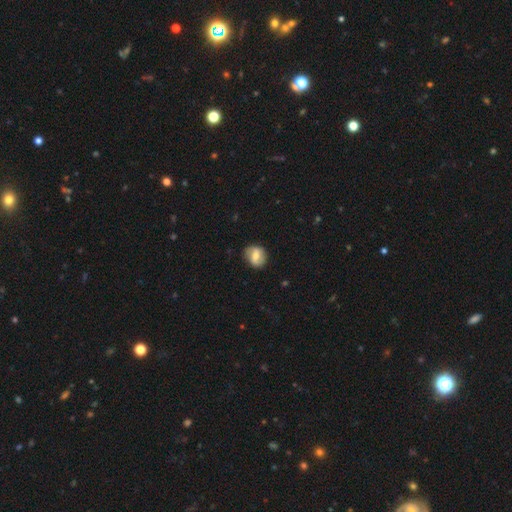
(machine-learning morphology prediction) Q: Smooth or featured?
A: smooth (47%); runner-up: featured or disk (45%)
Q: Merging?
A: none (78%); runner-up: minor disturbance (16%)